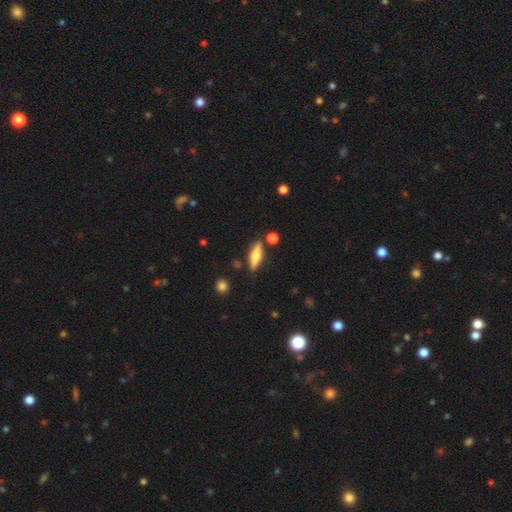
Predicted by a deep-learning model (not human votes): Smooth or featured? smooth (56%)
How rounded? cigar-shaped (63%)
Merging? none (80%)